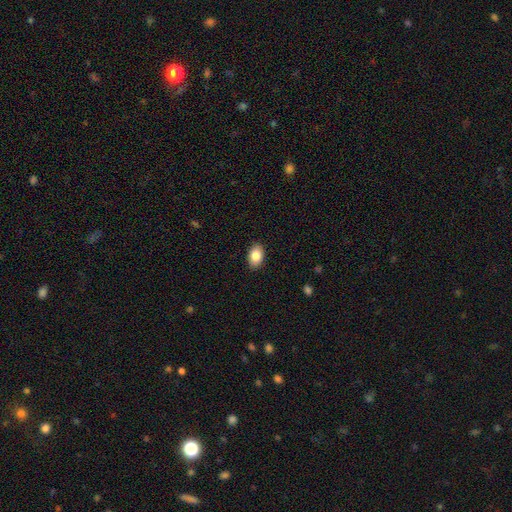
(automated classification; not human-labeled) smooth_or_featured: smooth (p=0.84) [alt: featured or disk p=0.09]
how_rounded: in between (p=0.89) [alt: round p=0.10]
merging: none (p=0.89) [alt: minor disturbance p=0.08]